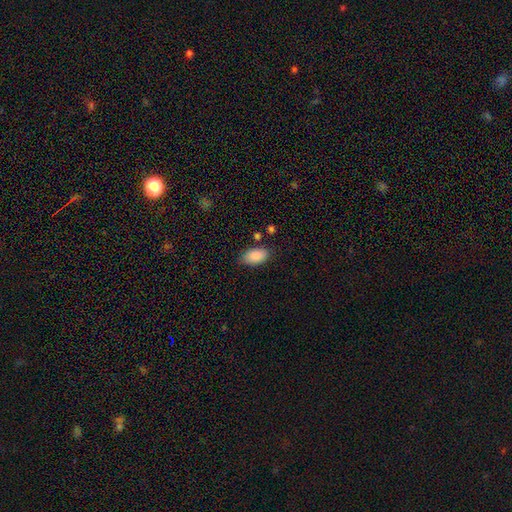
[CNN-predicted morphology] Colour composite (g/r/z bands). It shows a smooth galaxy with no disk features (89%) that is in between round and cigar-shaped (94%). Merging: none (78%).